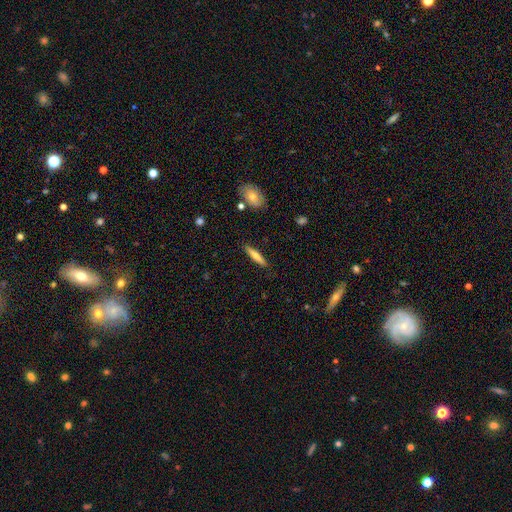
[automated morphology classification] Smooth or featured: smooth — 62% (featured or disk — 32%)
How rounded: cigar-shaped — 88% (in between — 11%)
Merging: none — 88% (minor disturbance — 8%)